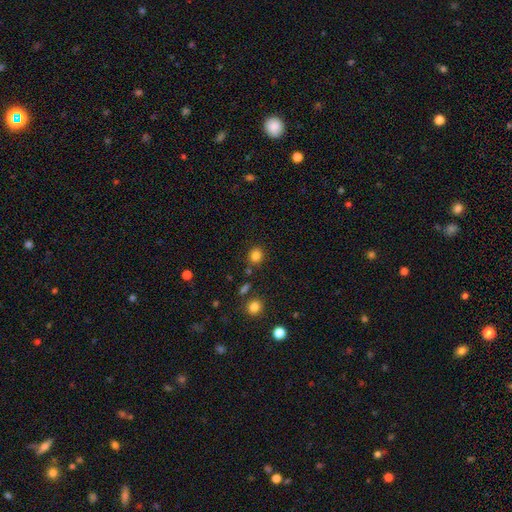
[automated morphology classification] A smooth galaxy with no disk features (83%) that is round (81%).

Vote fractions:
- Smooth or featured? smooth: 83% / star or artifact: 12% / featured or disk: 5%
- How rounded? round: 81% / in between: 18% / cigar-shaped: 1%
- Merging? none: 83% / minor disturbance: 9% / merger: 5% / major disturbance: 3%